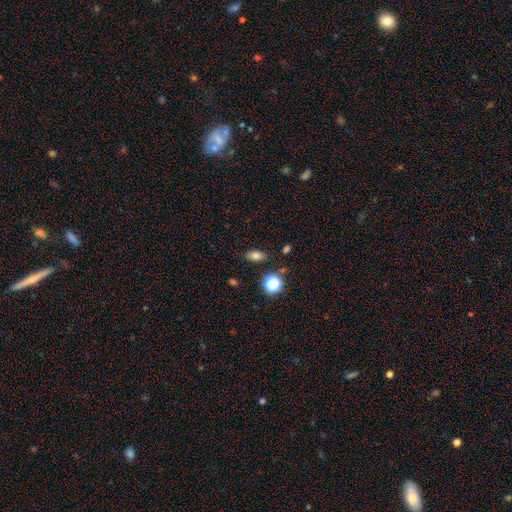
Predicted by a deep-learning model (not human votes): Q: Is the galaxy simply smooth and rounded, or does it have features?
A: smooth — 76%.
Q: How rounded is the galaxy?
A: in between — 84%.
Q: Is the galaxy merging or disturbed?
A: none — 85%.